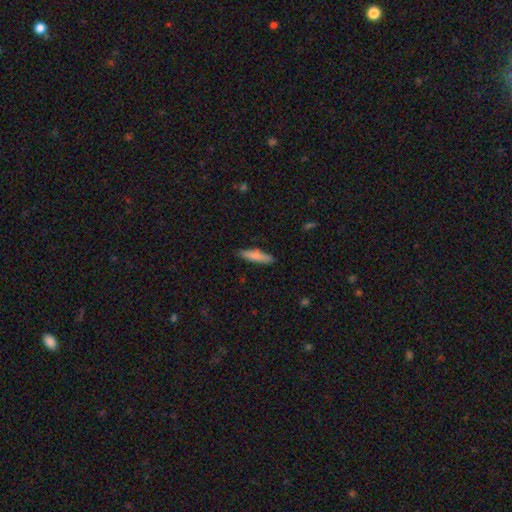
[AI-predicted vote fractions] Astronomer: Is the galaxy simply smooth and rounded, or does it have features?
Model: smooth — 79%.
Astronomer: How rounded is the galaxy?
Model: cigar-shaped — 81%.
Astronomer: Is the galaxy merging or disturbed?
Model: none — 87%.